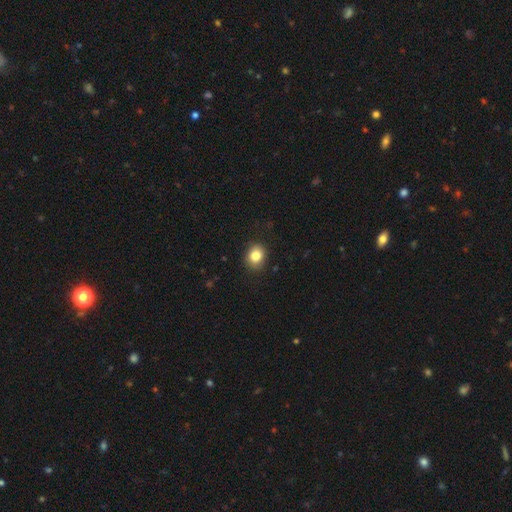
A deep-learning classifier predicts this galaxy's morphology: The model was most divided on "how rounded": round: 59%, in between: 40%, cigar-shaped: 1%. More confident: merging — none (87%); smooth or featured — smooth (83%).